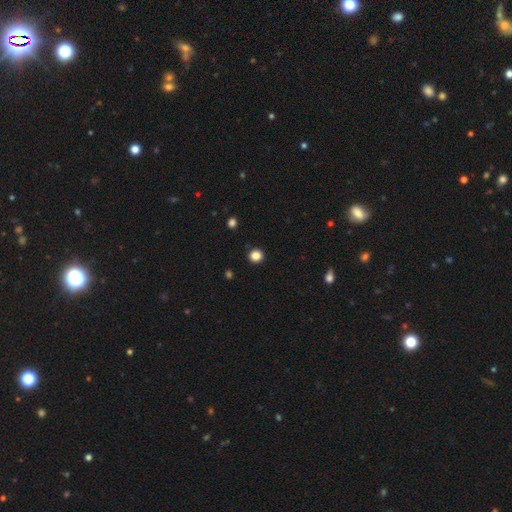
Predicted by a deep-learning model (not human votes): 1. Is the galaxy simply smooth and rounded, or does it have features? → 85% smooth, 12% star or artifact, 3% featured or disk.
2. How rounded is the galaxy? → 94% round, 5% in between, 1% cigar-shaped.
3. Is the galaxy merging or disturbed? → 93% none, 4% minor disturbance, 2% major disturbance, 1% merger.